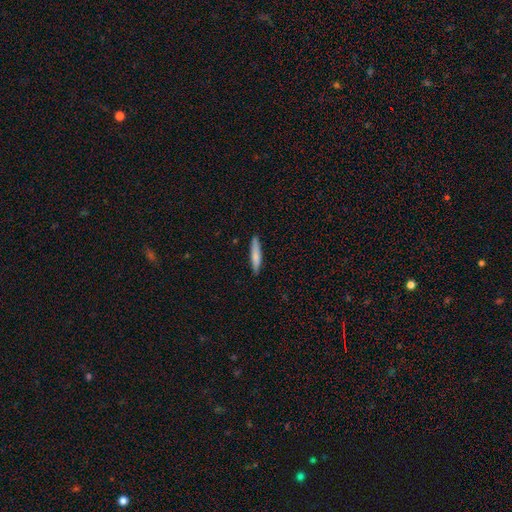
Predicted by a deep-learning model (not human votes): smooth_or_featured: smooth (p=0.75) [alt: featured or disk p=0.20]
how_rounded: cigar-shaped (p=0.90) [alt: in between p=0.09]
merging: none (p=0.89) [alt: minor disturbance p=0.09]